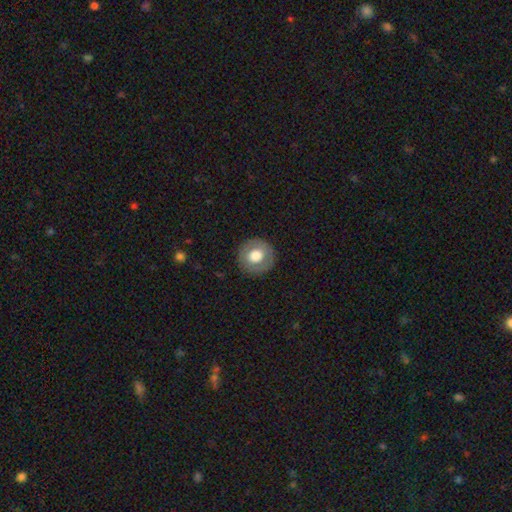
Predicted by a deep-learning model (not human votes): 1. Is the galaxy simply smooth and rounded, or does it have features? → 65% smooth, 28% featured or disk, 7% star or artifact.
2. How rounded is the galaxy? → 94% round, 5% in between, 1% cigar-shaped.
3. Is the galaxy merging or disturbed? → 88% none, 8% minor disturbance, 3% major disturbance, 1% merger.